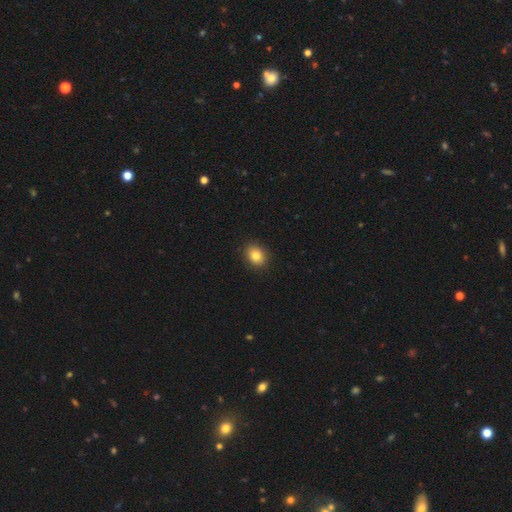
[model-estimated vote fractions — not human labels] Smooth or featured? smooth (83%)
How rounded? round (56%)
Merging? none (90%)